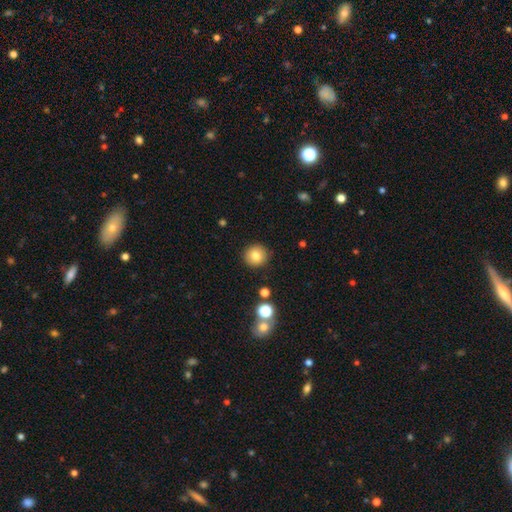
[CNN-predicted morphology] type=smooth (81%); roundness=round (93%); merging=none (90%).